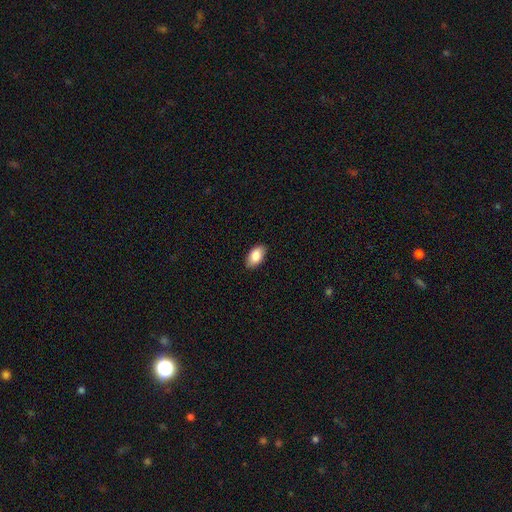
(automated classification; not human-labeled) Smooth or featured? smooth (87%)
How rounded? in between (94%)
Merging? none (88%)